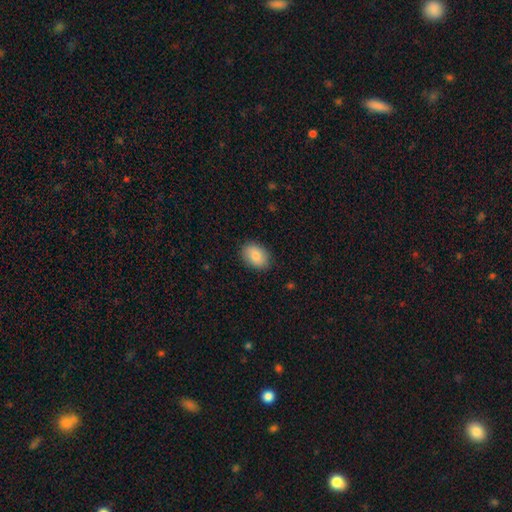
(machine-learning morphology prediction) type=smooth (83%); roundness=in between (76%); merging=none (86%).